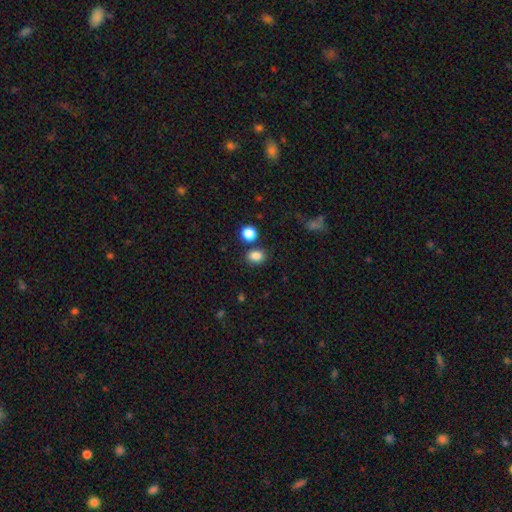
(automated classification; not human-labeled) A smooth galaxy with no disk features (84%) that is in between round and cigar-shaped (55%).

Vote fractions:
- Smooth or featured? smooth: 84% / star or artifact: 12% / featured or disk: 4%
- How rounded? in between: 55% / round: 44% / cigar-shaped: 1%
- Merging? none: 73% / merger: 12% / minor disturbance: 11% / major disturbance: 4%